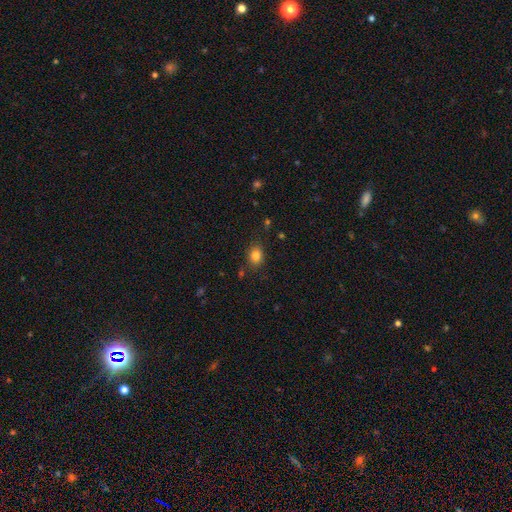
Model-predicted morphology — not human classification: Overall: smooth (82%). How rounded: in between (53%; round 46%). Merging: none (82%).